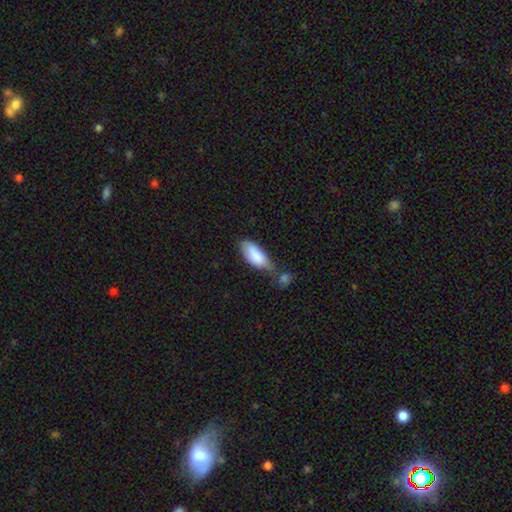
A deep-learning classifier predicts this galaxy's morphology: Smooth or featured?
  - smooth: 84% *
  - featured or disk: 10%
  - star or artifact: 6%
How rounded?
  - in between: 83% *
  - cigar-shaped: 15%
  - round: 2%
Merging?
  - none: 36% *
  - minor disturbance: 30%
  - merger: 24%
  - major disturbance: 10%